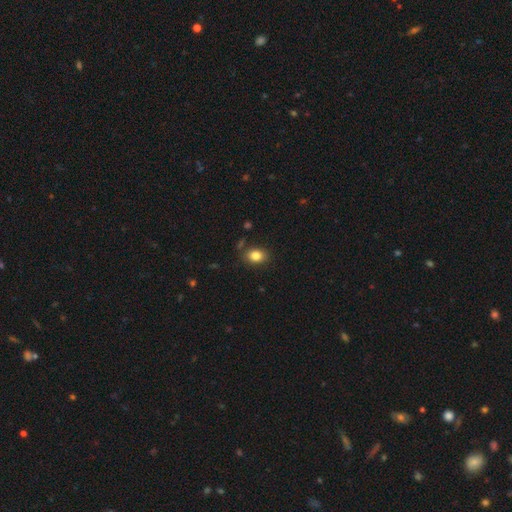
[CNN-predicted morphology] A smooth galaxy with no disk features (83%) that is in between round and cigar-shaped (66%). Merging: none (83%).